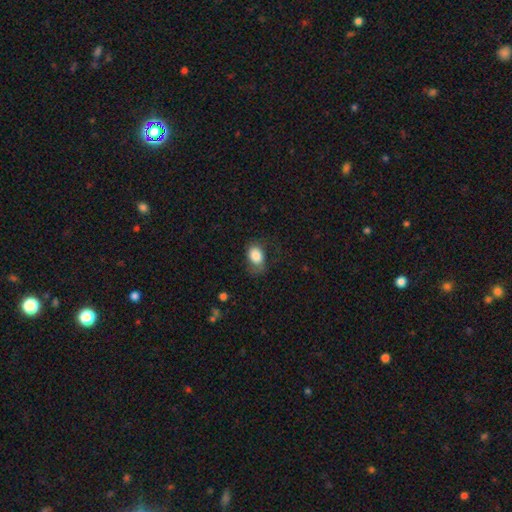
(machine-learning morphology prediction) This appears to be a smooth galaxy with no disk features (82%) that is in between round and cigar-shaped (76%). Merging: none (56%).